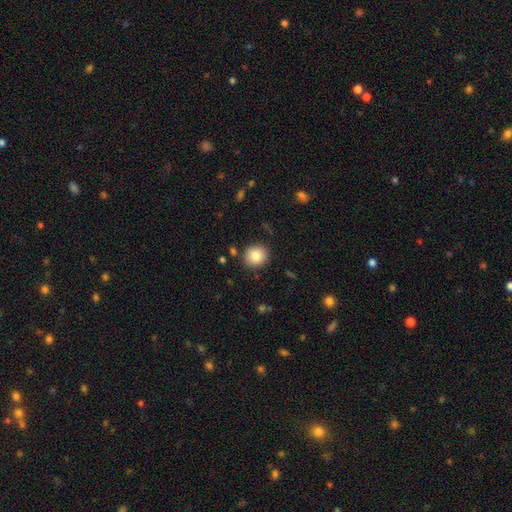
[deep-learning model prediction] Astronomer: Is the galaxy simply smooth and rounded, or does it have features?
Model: smooth — 83%.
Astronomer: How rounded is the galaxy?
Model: round — 83%.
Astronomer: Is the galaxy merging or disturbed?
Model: none — 88%.